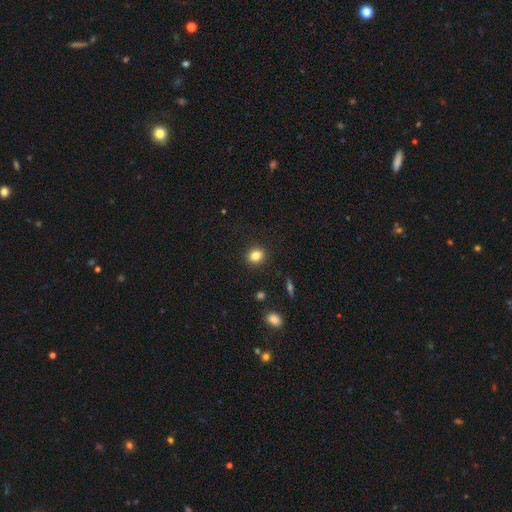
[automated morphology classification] This is clearly a smooth galaxy (82%). How rounded: likely round (66%). Merging: clearly none (90%).